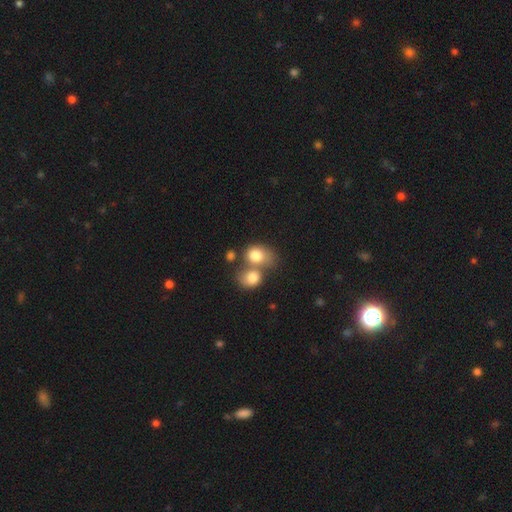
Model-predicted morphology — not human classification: smooth 79%, featured or disk 12%, star or artifact 9%. Down the decision tree: how rounded — in between (55%); merging — merger (61%).